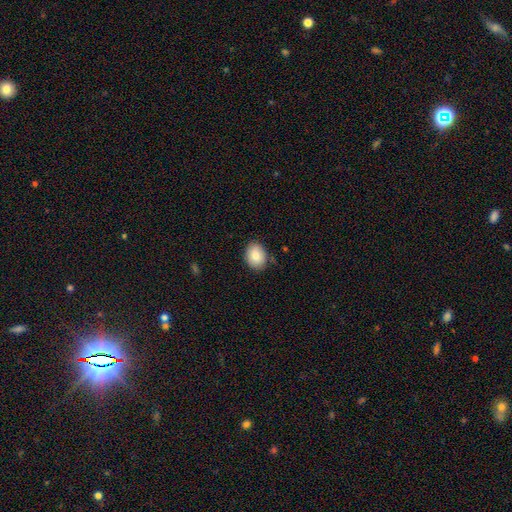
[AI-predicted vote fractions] Q: Smooth or featured?
A: smooth (83%); runner-up: featured or disk (9%)
Q: How rounded?
A: in between (56%); runner-up: round (43%)
Q: Merging?
A: none (82%); runner-up: minor disturbance (14%)